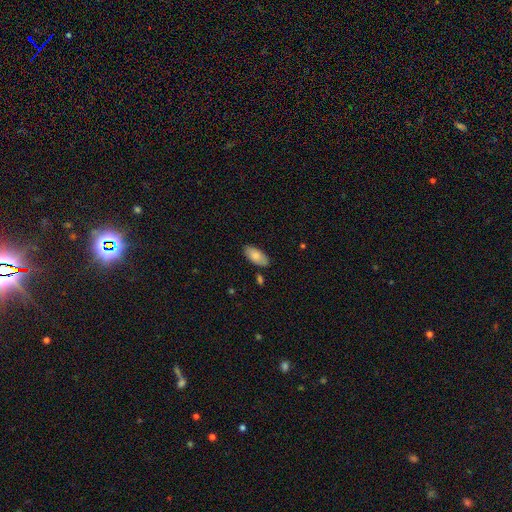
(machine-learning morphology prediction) Overall: smooth (82%). How rounded: in between (92%). Merging: none (81%).